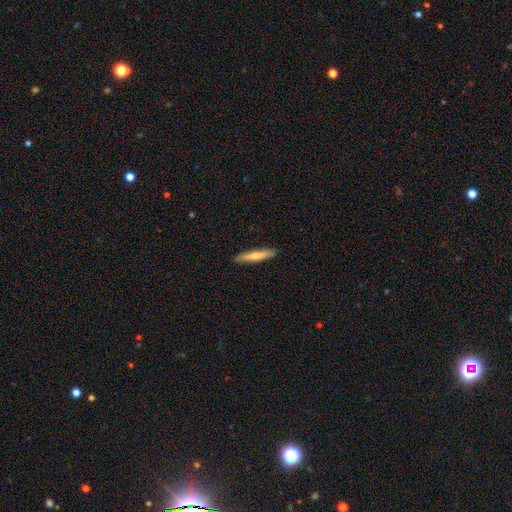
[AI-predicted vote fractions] The model was most divided on "smooth or featured": smooth: 61%, featured or disk: 34%, star or artifact: 5%. More confident: how rounded — cigar-shaped (93%); merging — none (91%).